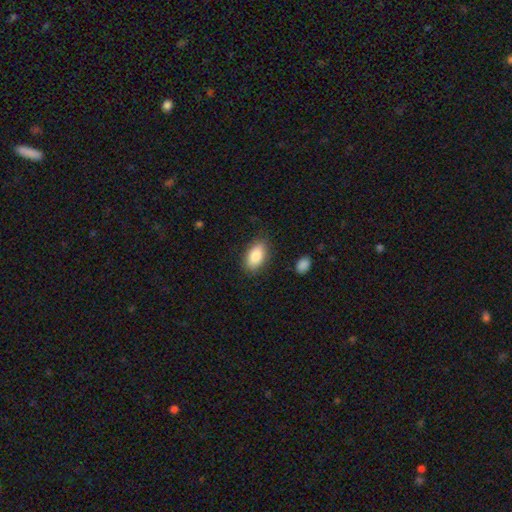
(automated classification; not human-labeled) Morphology: type=smooth (86%); roundness=in between (92%); merging=none (84%).